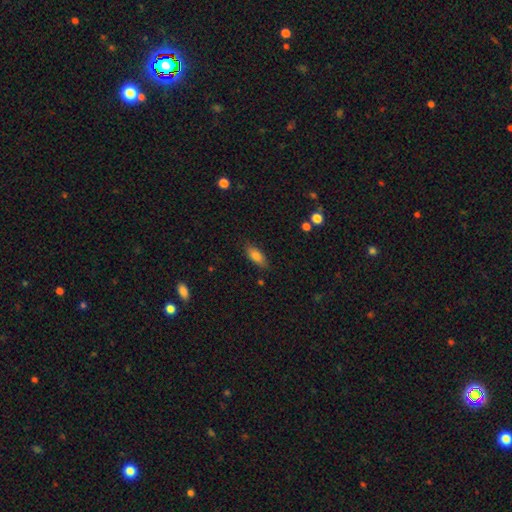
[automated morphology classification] This is clearly a smooth galaxy (83%). How rounded: likely in between (79%). Merging: clearly none (83%).